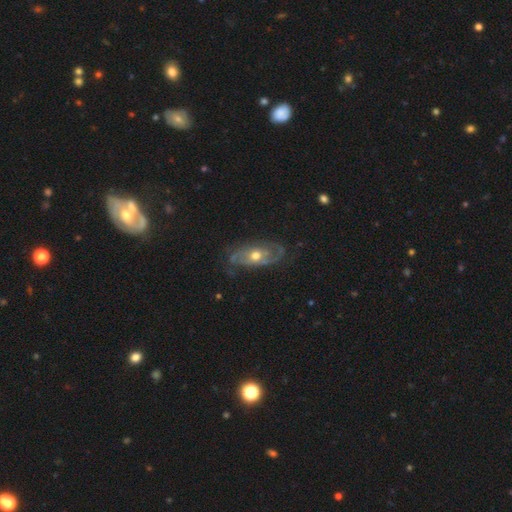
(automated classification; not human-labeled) featured or disk 76%, smooth 18%, star or artifact 6%. Down the decision tree: edge-on disk — no (90%); bar — no (80%); spiral arms — yes (78%); spiral arm count — 2 (52%); spiral winding — tight (46%); bulge size — moderate (75%); merging — none (68%).